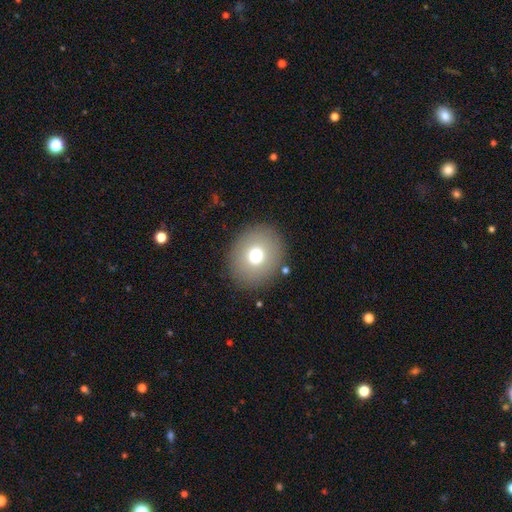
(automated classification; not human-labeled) Q: Smooth or featured?
A: smooth (72%); runner-up: featured or disk (16%)
Q: How rounded?
A: round (69%); runner-up: in between (30%)
Q: Merging?
A: none (88%); runner-up: minor disturbance (7%)